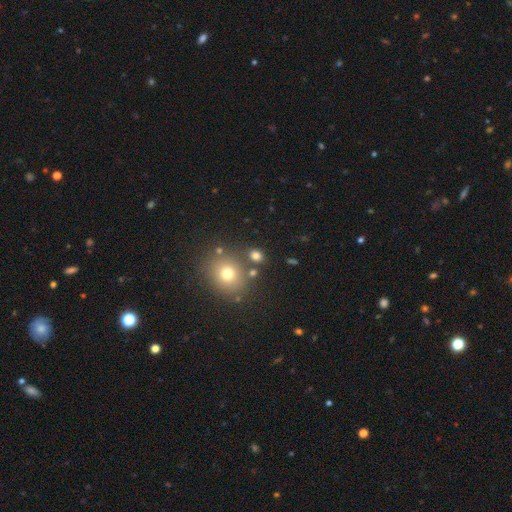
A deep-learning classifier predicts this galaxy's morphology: A smooth galaxy with no disk features (74%) that is round (57%). Merging: none (74%).